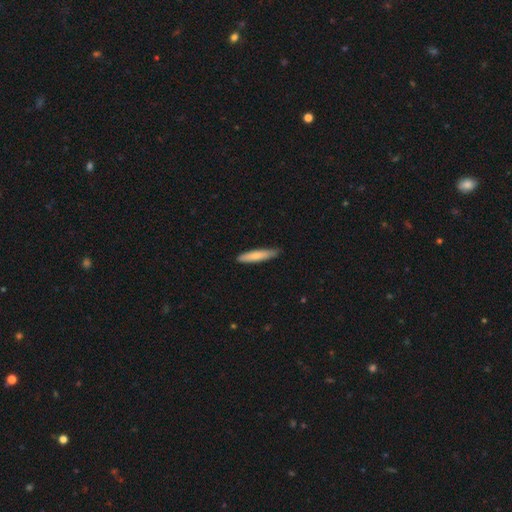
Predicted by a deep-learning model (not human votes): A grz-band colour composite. It shows a smooth galaxy with no disk features (75%) that is cigar-shaped (87%). Merging: none (83%).